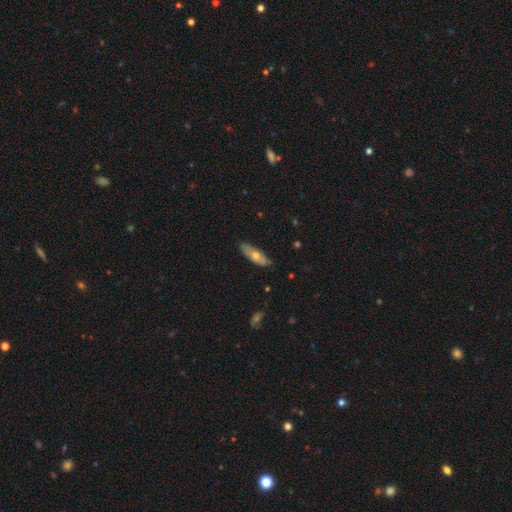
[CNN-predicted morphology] This is possibly a smooth galaxy (53%). How rounded: possibly in between (57%). Merging: likely none (79%).